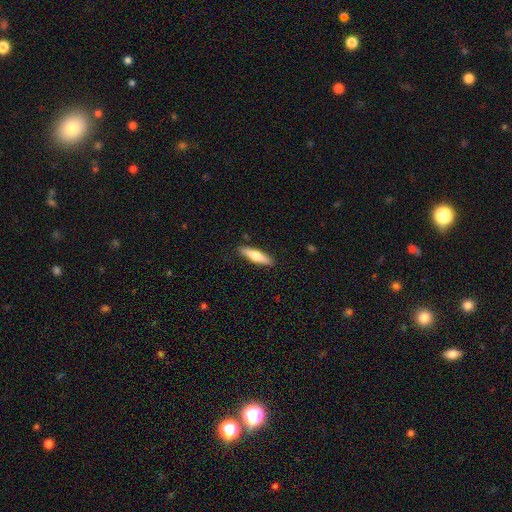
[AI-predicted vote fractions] smooth 67%, featured or disk 28%, star or artifact 5%. Down the decision tree: how rounded — cigar-shaped (72%); merging — none (88%).